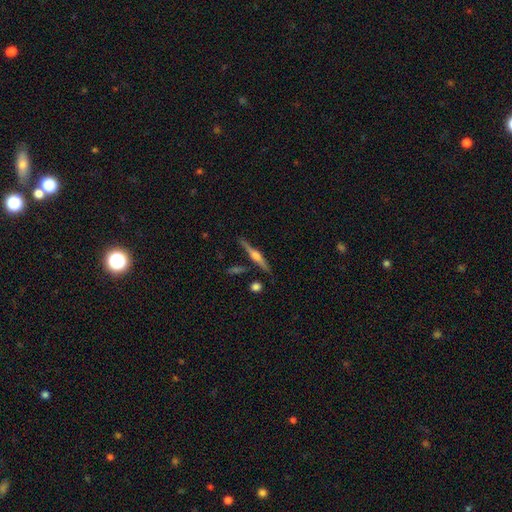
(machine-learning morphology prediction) The model was most divided on "smooth or featured": featured or disk: 76%, smooth: 18%, star or artifact: 6%. More confident: edge-on disk — yes (98%); edge-on bulge — rounded (87%); merging — none (86%).